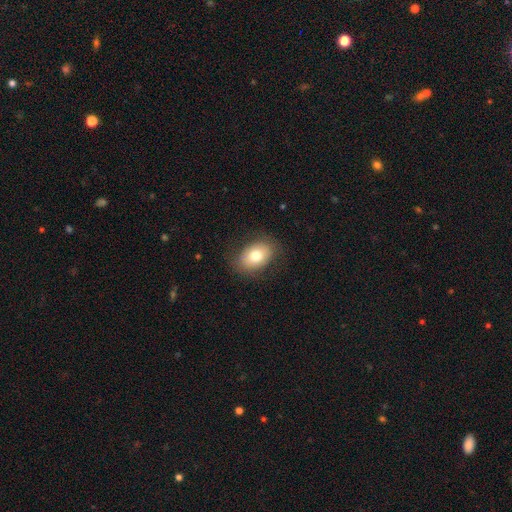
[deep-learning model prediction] smooth_or_featured: smooth (p=0.75) [alt: featured or disk p=0.16]
how_rounded: in between (p=0.77) [alt: round p=0.22]
merging: none (p=0.80) [alt: minor disturbance p=0.14]